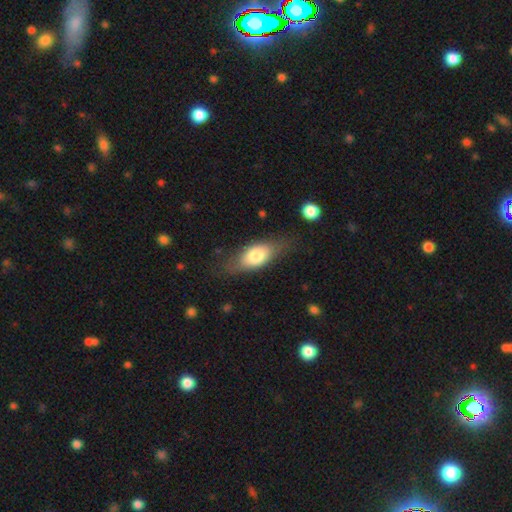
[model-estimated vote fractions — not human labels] This is likely a smooth galaxy (68%). How rounded: clearly in between (82%). Merging: likely none (66%).